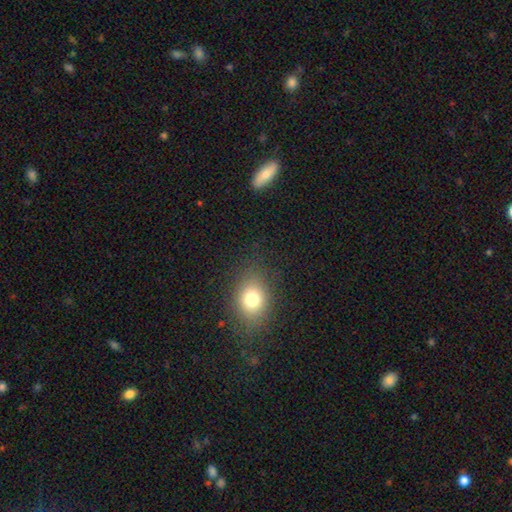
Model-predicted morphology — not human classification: Smooth or featured: smooth — 73% (star or artifact — 16%)
How rounded: in between — 60% (round — 36%)
Merging: none — 85% (minor disturbance — 10%)